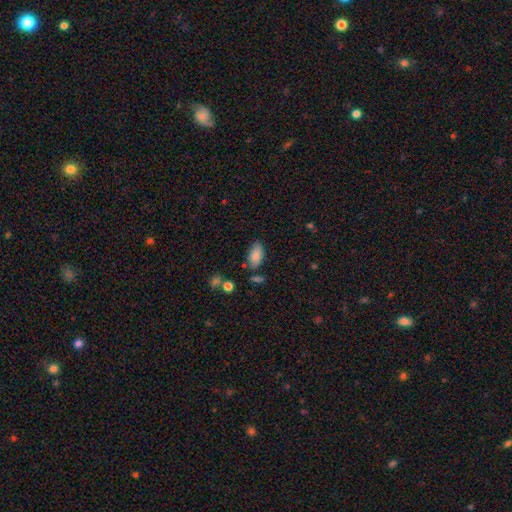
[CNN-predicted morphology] Smooth or featured?
  - smooth: 85% *
  - star or artifact: 8%
  - featured or disk: 7%
How rounded?
  - in between: 92% *
  - cigar-shaped: 5%
  - round: 3%
Merging?
  - none: 72% *
  - minor disturbance: 18%
  - merger: 5%
  - major disturbance: 4%